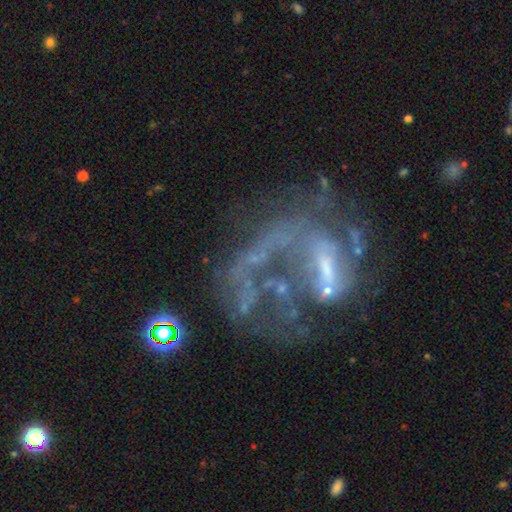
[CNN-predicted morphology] smooth_or_featured: featured or disk (p=0.75) [alt: star or artifact p=0.16]
disk_edge_on: no (p=0.97) [alt: yes p=0.03]
bar: no (p=0.49) [alt: weak p=0.33]
has_spiral_arms: yes (p=0.53) [alt: no p=0.47]
bulge_size: none (p=0.49) [alt: small p=0.32]
merging: major disturbance (p=0.47) [alt: none p=0.29]